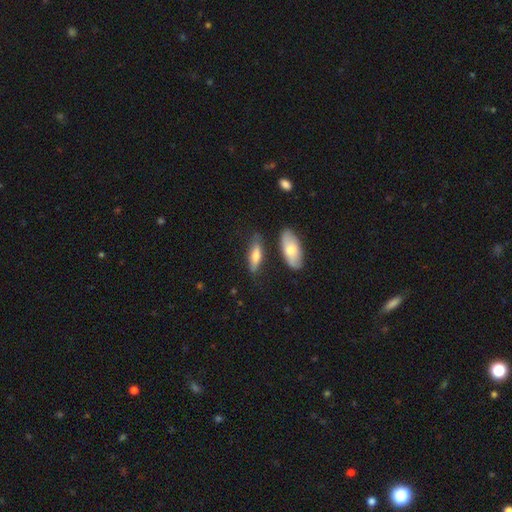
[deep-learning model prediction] smooth 66%, featured or disk 27%, star or artifact 7%. Down the decision tree: how rounded — in between (50%); merging — none (71%).